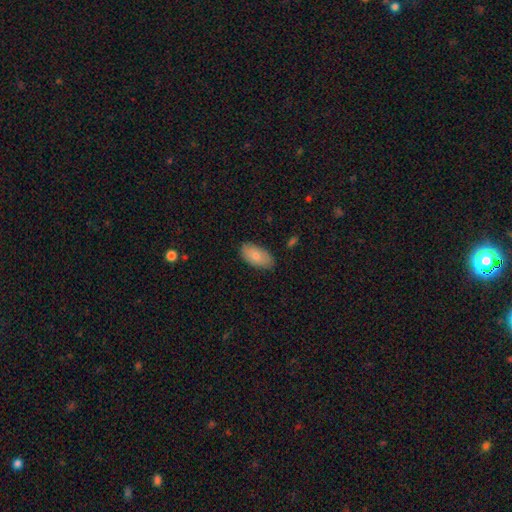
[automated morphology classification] Q: Smooth or featured?
A: smooth (77%); runner-up: featured or disk (17%)
Q: How rounded?
A: in between (94%); runner-up: round (4%)
Q: Merging?
A: none (81%); runner-up: minor disturbance (15%)